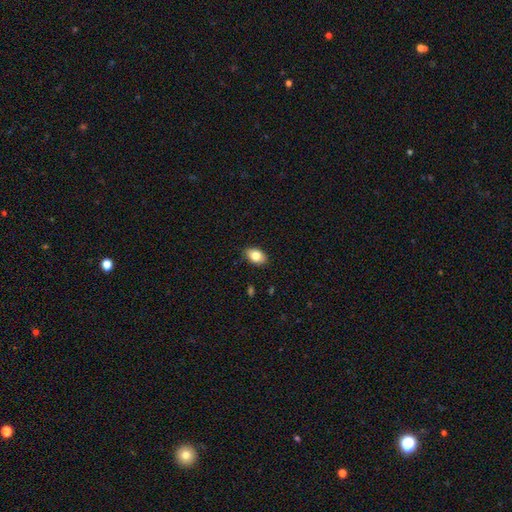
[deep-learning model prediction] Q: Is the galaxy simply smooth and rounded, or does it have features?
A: smooth — 82%.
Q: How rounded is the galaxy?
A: in between — 86%.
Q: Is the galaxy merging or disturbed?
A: none — 86%.